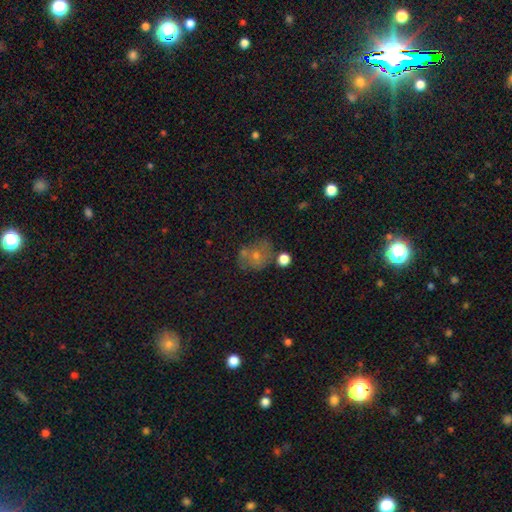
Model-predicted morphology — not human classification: Smooth or featured: smooth — 61% (featured or disk — 24%)
How rounded: round — 56% (in between — 43%)
Merging: none — 49% (merger — 21%)